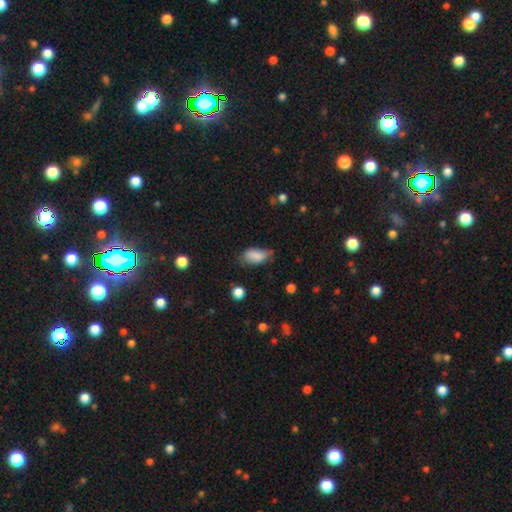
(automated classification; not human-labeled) This appears to be a smooth galaxy with no disk features (82%) that is in between round and cigar-shaped (89%). Merging: none (43%).